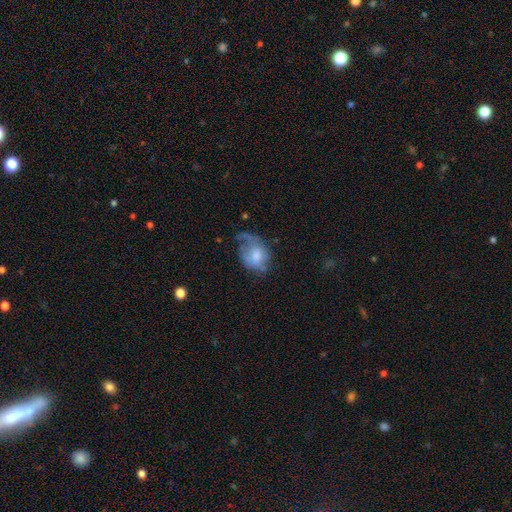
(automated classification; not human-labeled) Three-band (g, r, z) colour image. It shows a smooth galaxy with no disk features (54%) that is in between round and cigar-shaped (66%). Merging: major disturbance (36%).